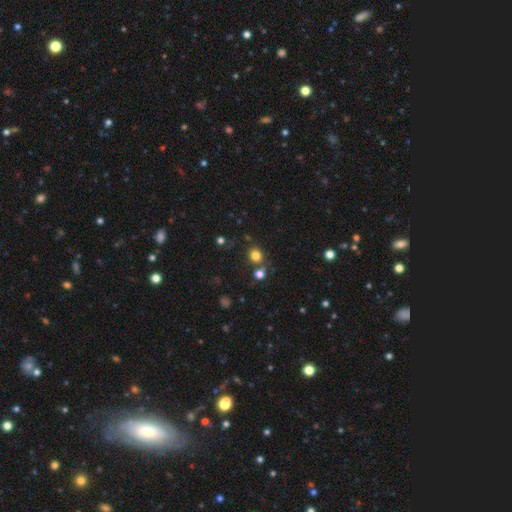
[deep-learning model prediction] This appears to be a smooth galaxy with no disk features (78%) that is round (84%). Merging: none (73%).